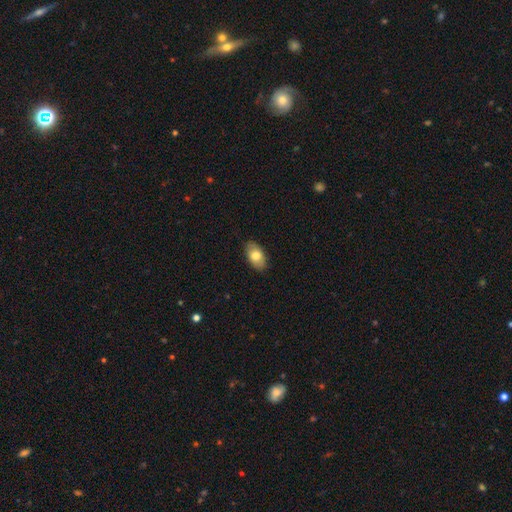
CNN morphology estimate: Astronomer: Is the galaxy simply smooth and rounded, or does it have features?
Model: smooth — 77%.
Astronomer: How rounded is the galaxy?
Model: in between — 93%.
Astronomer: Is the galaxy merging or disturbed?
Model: none — 87%.